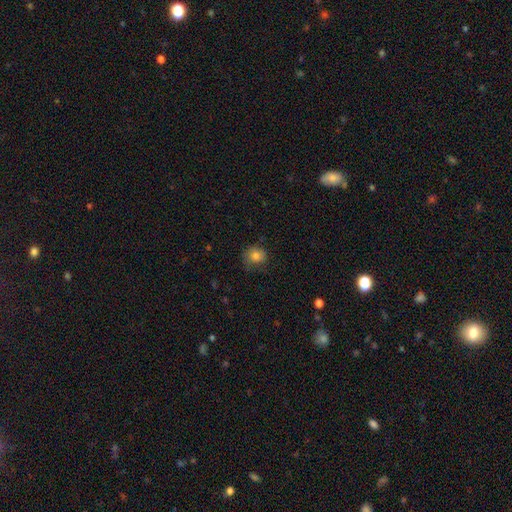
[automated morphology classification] Smooth or featured?
  - smooth: 81% *
  - star or artifact: 10%
  - featured or disk: 9%
How rounded?
  - round: 74% *
  - in between: 25%
  - cigar-shaped: 1%
Merging?
  - none: 67% *
  - minor disturbance: 23%
  - major disturbance: 8%
  - merger: 1%